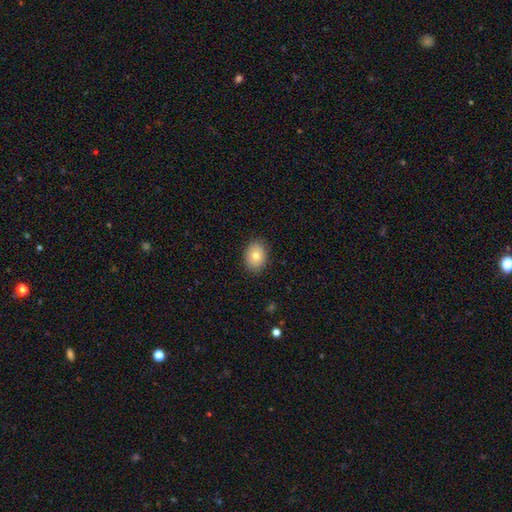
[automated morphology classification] smooth_or_featured: smooth (p=0.80) [alt: featured or disk p=0.11]
how_rounded: in between (p=0.63) [alt: round p=0.36]
merging: none (p=0.88) [alt: minor disturbance p=0.09]